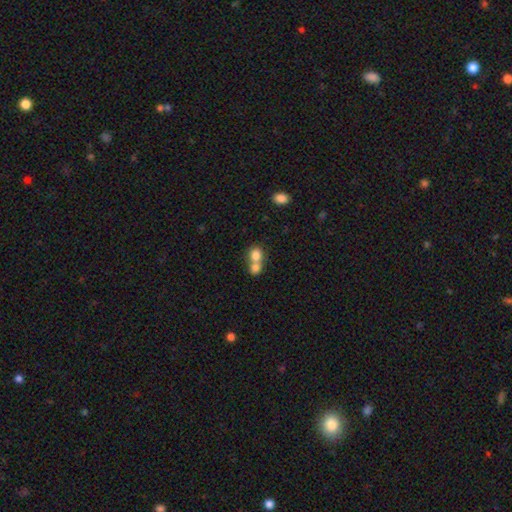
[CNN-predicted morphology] This is likely a smooth galaxy (79%). How rounded: likely round (74%). Merging: likely merger (65%).